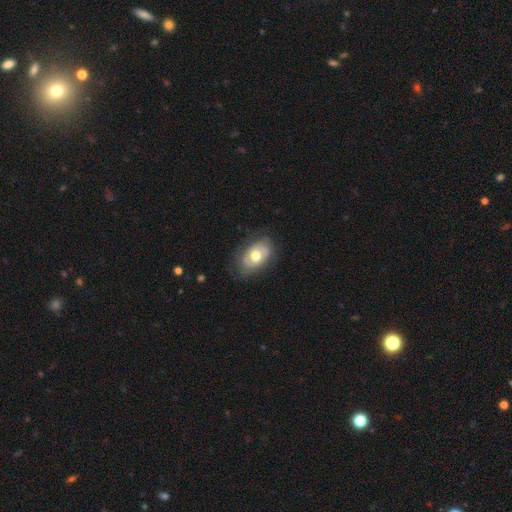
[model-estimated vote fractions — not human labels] A smooth galaxy with no disk features (52%) that is in between round and cigar-shaped (86%).

Vote fractions:
- Smooth or featured? smooth: 52% / featured or disk: 41% / star or artifact: 7%
- How rounded? in between: 86% / round: 13% / cigar-shaped: 1%
- Merging? none: 74% / minor disturbance: 18% / major disturbance: 6% / merger: 1%